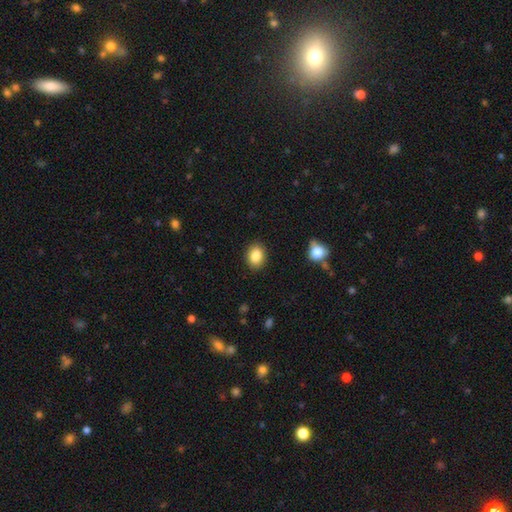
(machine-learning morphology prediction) Smooth or featured? smooth (86%)
How rounded? in between (62%)
Merging? none (89%)